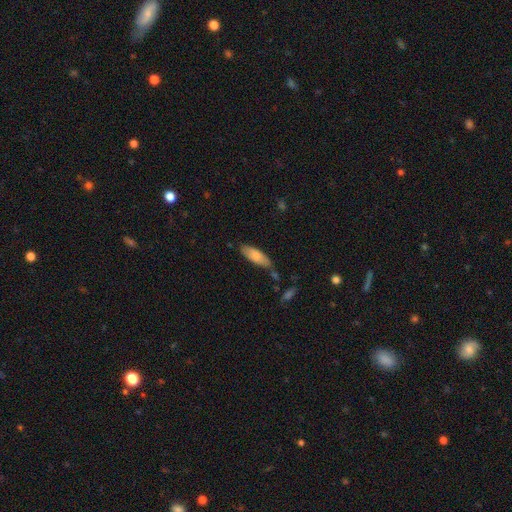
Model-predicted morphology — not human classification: type=smooth (76%); roundness=in between (65%); merging=none (72%).